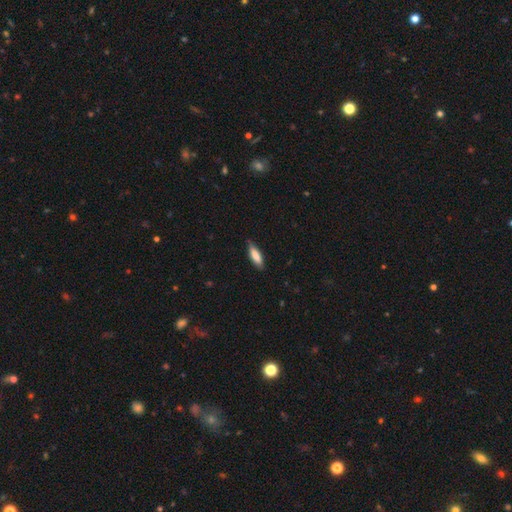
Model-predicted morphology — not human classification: Smooth or featured?
  - smooth: 81% *
  - featured or disk: 13%
  - star or artifact: 6%
How rounded?
  - cigar-shaped: 50% *
  - in between: 48%
  - round: 2%
Merging?
  - none: 80% *
  - minor disturbance: 17%
  - major disturbance: 2%
  - merger: 1%